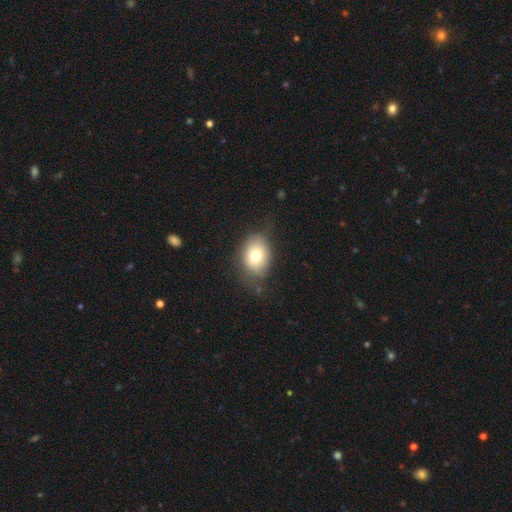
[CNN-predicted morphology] Smooth or featured? Predicted: smooth (p=0.73). How rounded? Predicted: in between (p=0.63). Merging? Predicted: none (p=0.68).